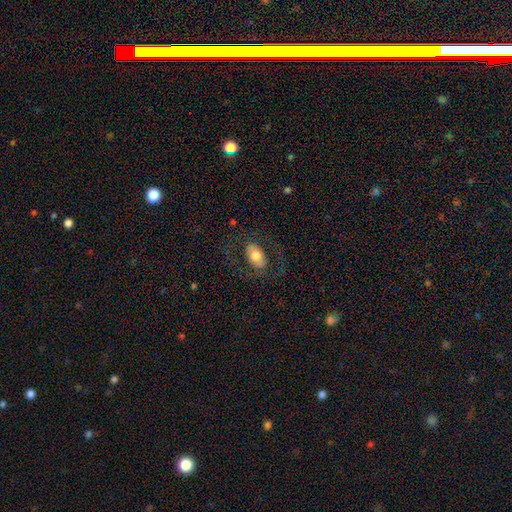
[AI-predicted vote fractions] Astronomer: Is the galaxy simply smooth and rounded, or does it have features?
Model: smooth — 63%.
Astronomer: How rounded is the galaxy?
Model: in between — 92%.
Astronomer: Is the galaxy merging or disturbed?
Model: none — 74%.